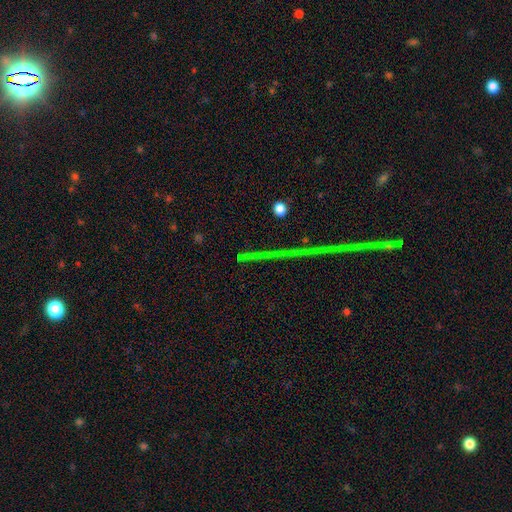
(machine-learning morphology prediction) A star or artifact, not a galaxy (81%).

Vote fractions:
- Smooth or featured? star or artifact: 81% / featured or disk: 12% / smooth: 8%